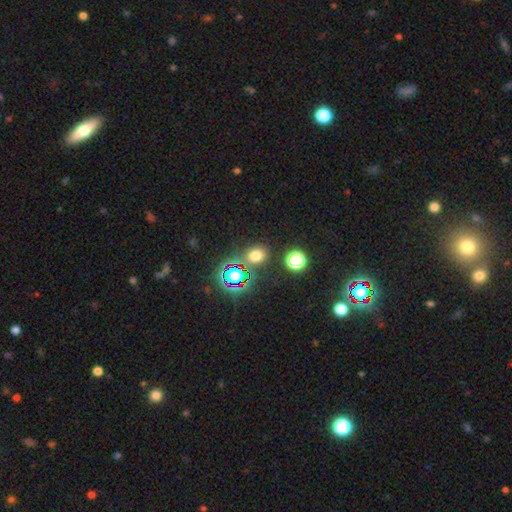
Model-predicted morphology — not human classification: A smooth galaxy with no disk features (64%) that is round (56%).

Vote fractions:
- Smooth or featured? smooth: 64% / star or artifact: 28% / featured or disk: 8%
- How rounded? round: 56% / in between: 43% / cigar-shaped: 1%
- Merging? none: 78% / minor disturbance: 11% / merger: 8% / major disturbance: 4%